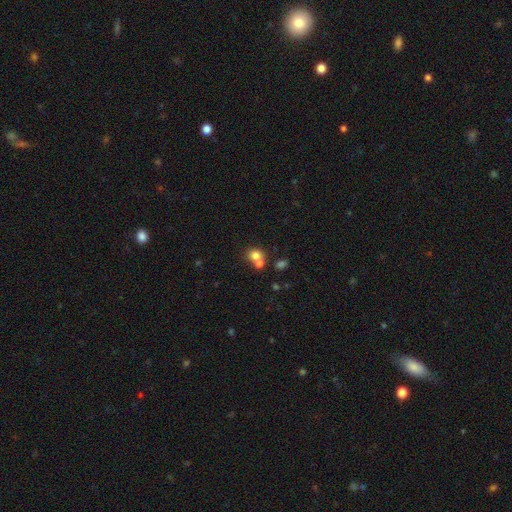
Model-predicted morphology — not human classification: Smooth or featured? smooth (75%)
How rounded? round (76%)
Merging? merger (49%)